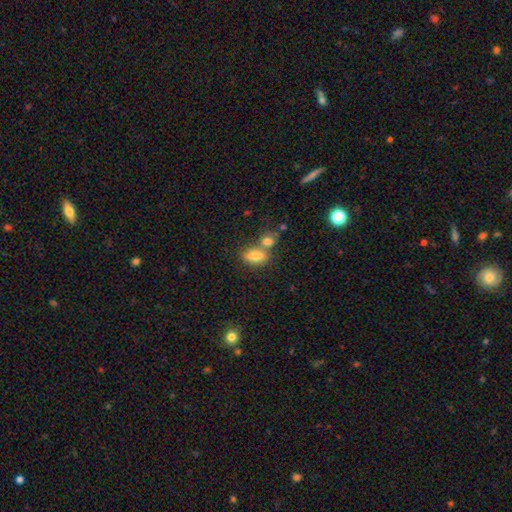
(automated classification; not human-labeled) Smooth or featured: smooth — 79% (featured or disk — 12%)
How rounded: in between — 82% (cigar-shaped — 10%)
Merging: none — 47% (merger — 37%)